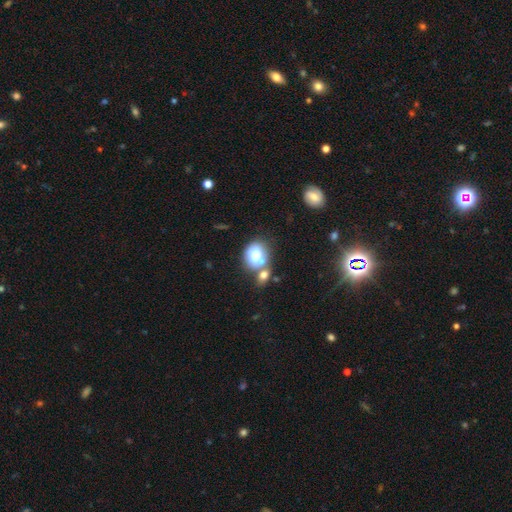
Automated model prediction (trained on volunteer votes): The model was most divided on "how rounded": in between: 50%, round: 49%, cigar-shaped: 1%. Remaining: smooth or featured — smooth (69%); merging — merger (43%).